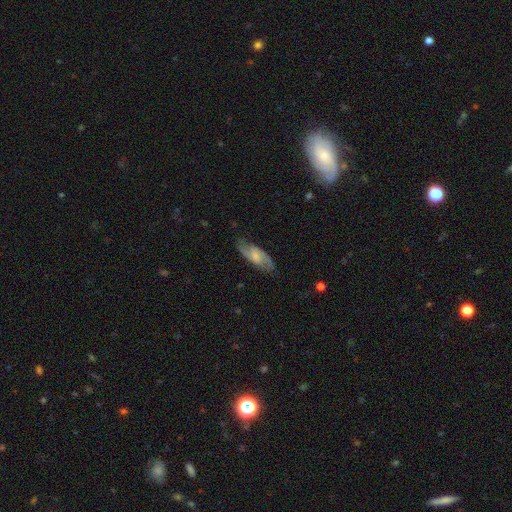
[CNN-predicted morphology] Smooth or featured? featured or disk (75%)
Edge-on disk? no (92%)
Bar? weak (49%)
Spiral arms? yes (94%)
Spiral winding? medium (52%)
Spiral arm count? 2 (89%)
Bulge size? small (47%)
Merging? none (79%)